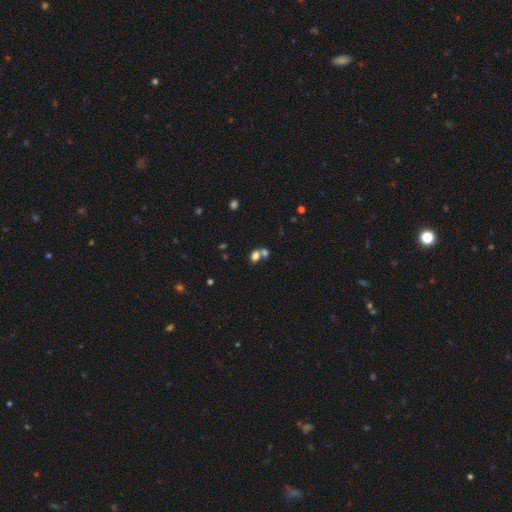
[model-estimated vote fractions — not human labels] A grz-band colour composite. It shows a smooth galaxy with no disk features (73%) that is in between round and cigar-shaped (61%). Merging: merger (50%).